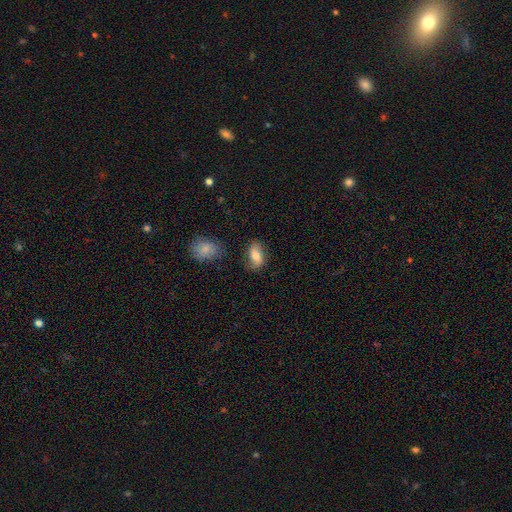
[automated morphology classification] Smooth or featured? Predicted: smooth (p=0.69). How rounded? Predicted: in between (p=0.88). Merging? Predicted: none (p=0.73).